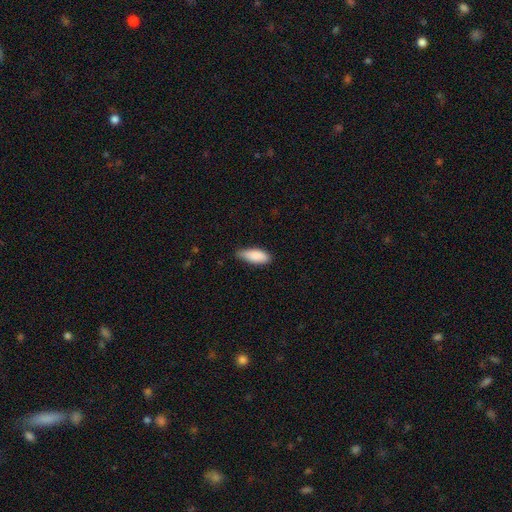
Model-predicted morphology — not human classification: Smooth or featured? smooth (88%)
How rounded? in between (79%)
Merging? none (61%)